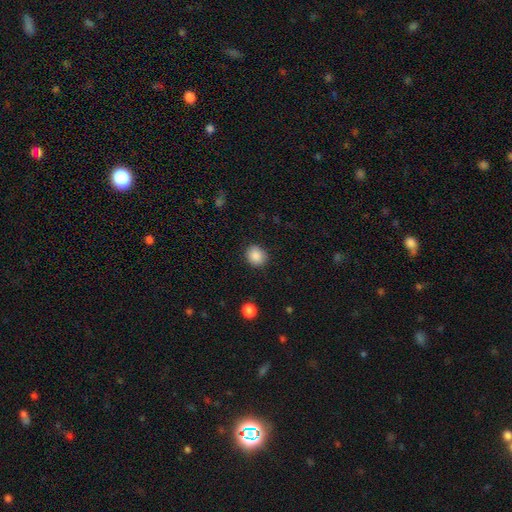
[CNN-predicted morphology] A smooth galaxy with no disk features (88%) that is round (75%). Merging: none (88%).